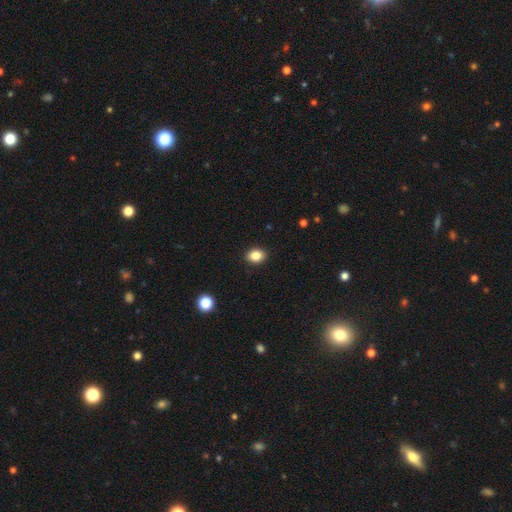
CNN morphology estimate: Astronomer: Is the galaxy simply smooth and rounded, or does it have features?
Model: smooth — 86%.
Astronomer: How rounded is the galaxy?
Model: in between — 55% (runner-up: round, 44%).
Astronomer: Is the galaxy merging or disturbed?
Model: none — 91%.